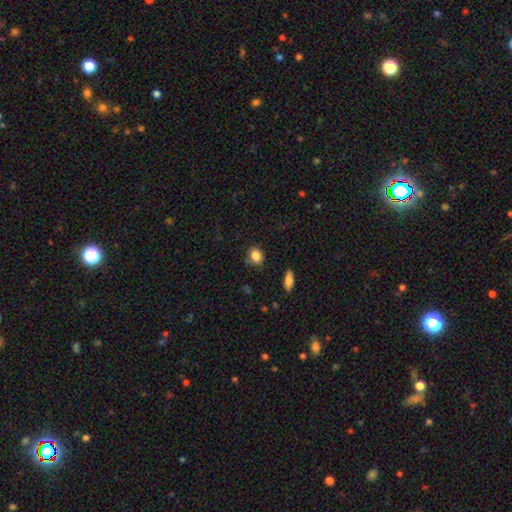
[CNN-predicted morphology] A smooth galaxy with no disk features (85%) that is round (52%). Merging: none (79%).